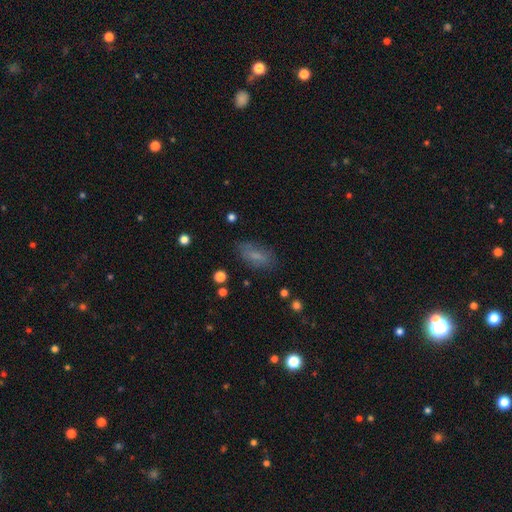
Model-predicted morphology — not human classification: This appears to be a smooth galaxy with no disk features (73%) that is in between round and cigar-shaped (79%). Merging: none (73%).